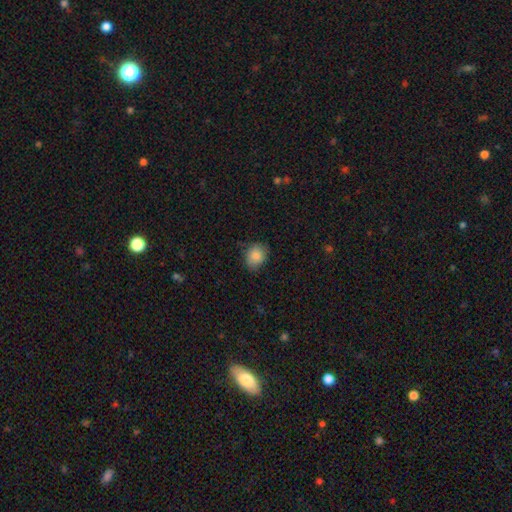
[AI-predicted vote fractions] This appears to be a smooth galaxy with no disk features (85%) that is round (51%). Merging: none (74%).